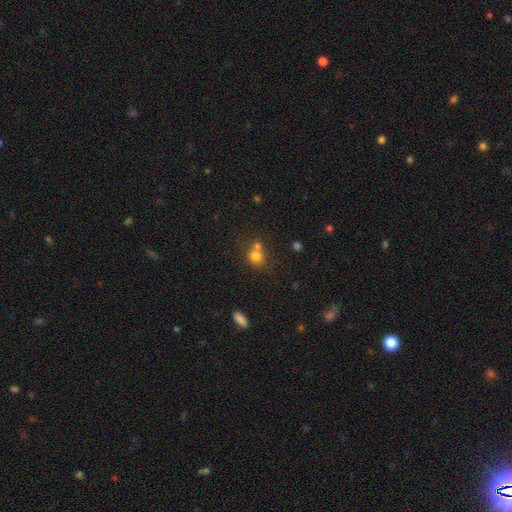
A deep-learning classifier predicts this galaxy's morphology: A smooth galaxy with no disk features (76%) that is round (80%).

Vote fractions:
- Smooth or featured? smooth: 76% / star or artifact: 13% / featured or disk: 10%
- How rounded? round: 80% / in between: 19% / cigar-shaped: 1%
- Merging? none: 45% / merger: 42% / minor disturbance: 9% / major disturbance: 4%